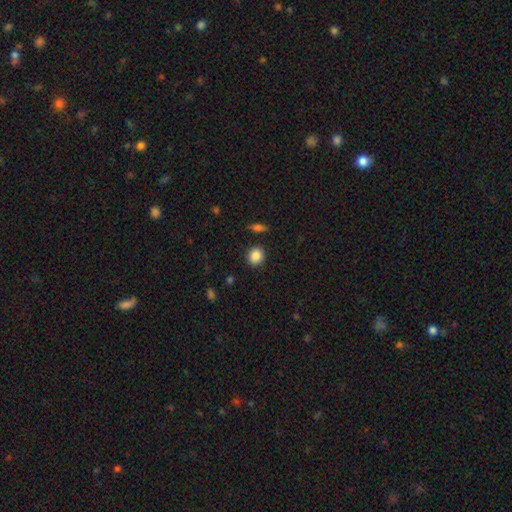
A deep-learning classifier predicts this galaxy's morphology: Overall: smooth (88%). How rounded: round (75%). Merging: none (88%).